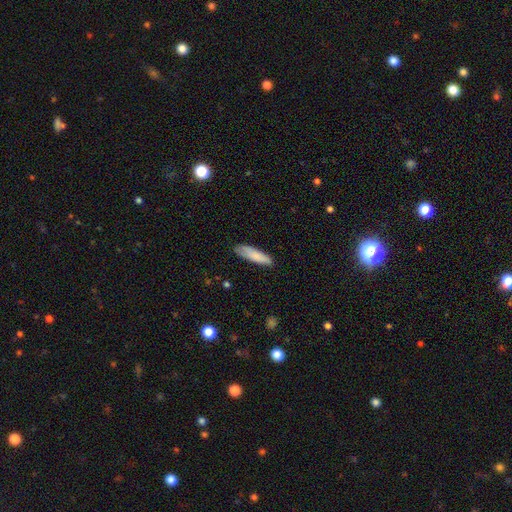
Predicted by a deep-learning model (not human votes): Smooth or featured? Predicted: smooth (p=0.83). How rounded? Predicted: cigar-shaped (p=0.68). Merging? Predicted: none (p=0.80).